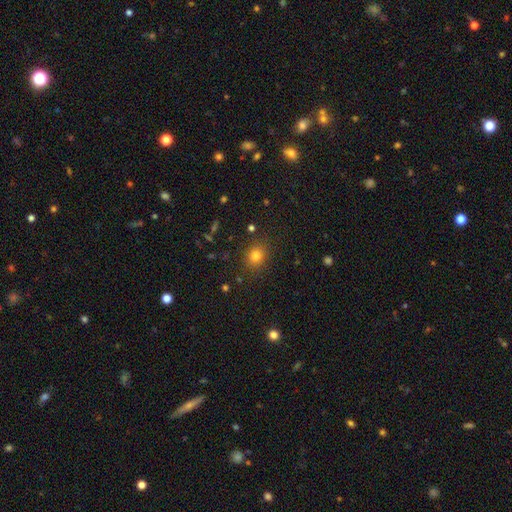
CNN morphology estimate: smooth-or-featured: smooth: 79% | star or artifact: 15% | featured or disk: 7%
  how-rounded: round: 67% | in between: 32% | cigar-shaped: 1%
  merging: none: 85% | minor disturbance: 10% | major disturbance: 3% | merger: 2%